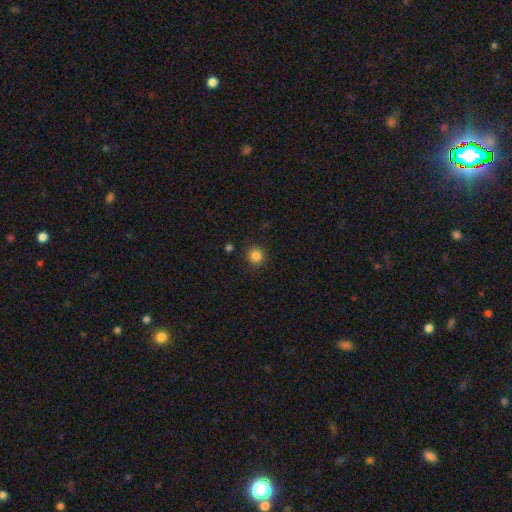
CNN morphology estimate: Smooth or featured? Predicted: smooth (p=0.85). How rounded? Predicted: round (p=0.91). Merging? Predicted: none (p=0.88).